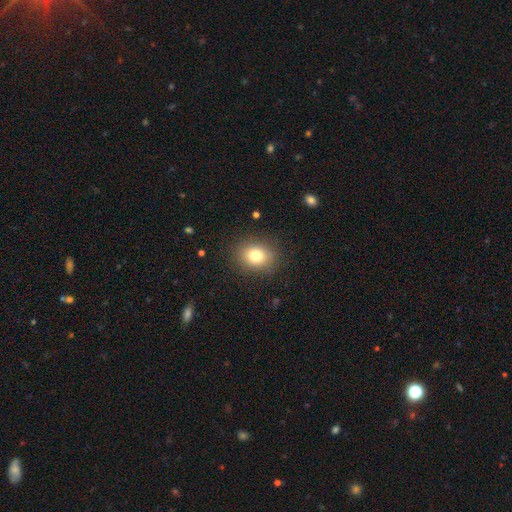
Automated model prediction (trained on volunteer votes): This appears to be a smooth galaxy with no disk features (79%) that is round (61%). Merging: none (87%).